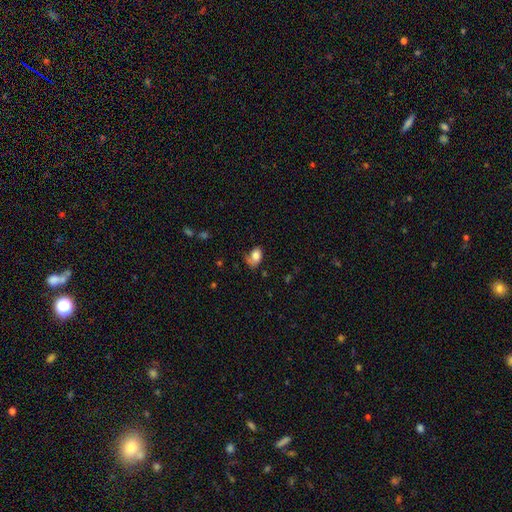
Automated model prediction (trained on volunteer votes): Smooth or featured? smooth (75%)
How rounded? in between (83%)
Merging? none (45%)